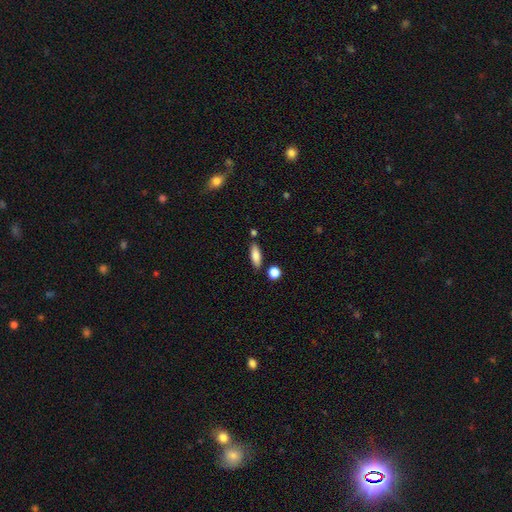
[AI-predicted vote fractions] Smooth or featured?
  - smooth: 82% *
  - featured or disk: 11%
  - star or artifact: 7%
How rounded?
  - in between: 63% *
  - cigar-shaped: 34%
  - round: 3%
Merging?
  - none: 80% *
  - minor disturbance: 12%
  - merger: 5%
  - major disturbance: 3%